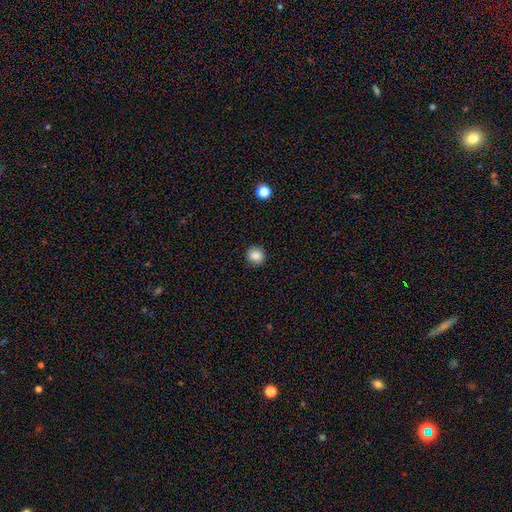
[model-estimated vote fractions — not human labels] This appears to be a smooth galaxy with no disk features (86%) that is round (87%). Merging: none (90%).